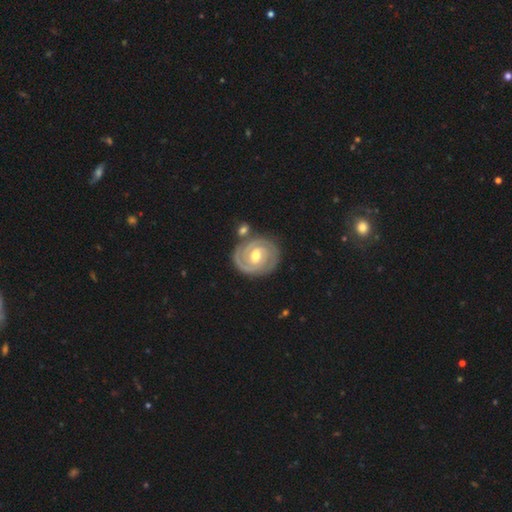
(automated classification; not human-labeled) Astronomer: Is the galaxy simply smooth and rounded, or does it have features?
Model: featured or disk — 89%.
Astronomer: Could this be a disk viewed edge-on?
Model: no — 97%.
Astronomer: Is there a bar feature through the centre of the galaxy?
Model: weak — 48% (runner-up: no, 34%).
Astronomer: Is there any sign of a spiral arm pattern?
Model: yes — 97%.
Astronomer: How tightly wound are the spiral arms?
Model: tight — 82%.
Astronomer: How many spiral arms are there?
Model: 2 — 77%.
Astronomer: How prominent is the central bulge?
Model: moderate — 75%.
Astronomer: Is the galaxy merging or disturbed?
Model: none — 77%.